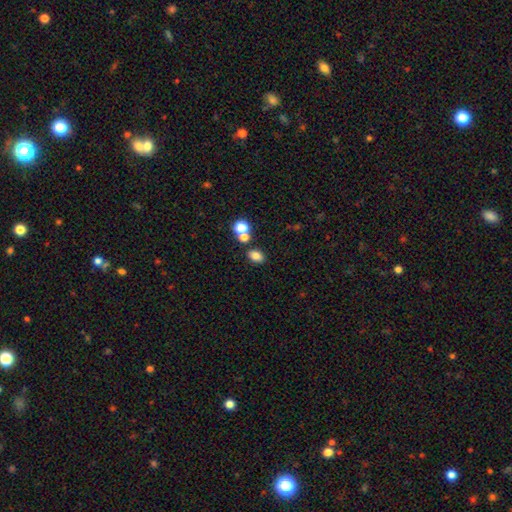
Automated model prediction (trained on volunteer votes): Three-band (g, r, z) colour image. It shows a smooth galaxy with no disk features (80%) that is in between round and cigar-shaped (73%). Merging: none (70%).